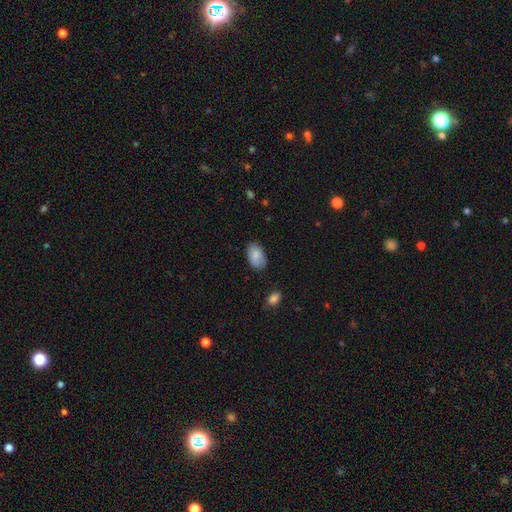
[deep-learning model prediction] Q: Smooth or featured?
A: smooth (85%); runner-up: featured or disk (8%)
Q: How rounded?
A: in between (93%); runner-up: round (6%)
Q: Merging?
A: none (78%); runner-up: minor disturbance (17%)